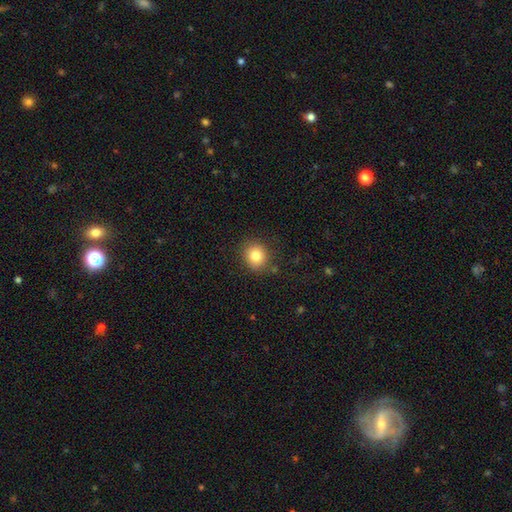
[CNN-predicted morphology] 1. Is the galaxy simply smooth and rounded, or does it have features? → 83% smooth, 10% star or artifact, 7% featured or disk.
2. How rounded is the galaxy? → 79% round, 21% in between, 1% cigar-shaped.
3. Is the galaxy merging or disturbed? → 85% none, 10% minor disturbance, 3% major disturbance, 2% merger.